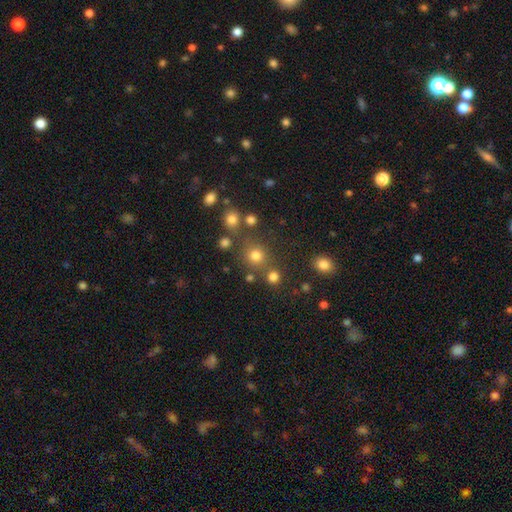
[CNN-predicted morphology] Q: Smooth or featured?
A: smooth (72%); runner-up: star or artifact (20%)
Q: How rounded?
A: round (89%); runner-up: in between (10%)
Q: Merging?
A: none (74%); runner-up: merger (13%)